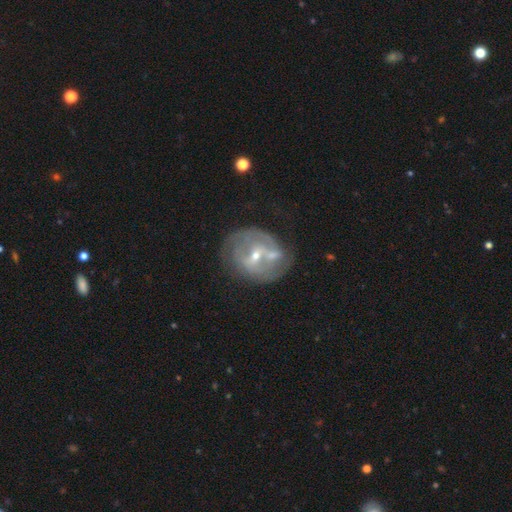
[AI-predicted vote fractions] Q: Smooth or featured?
A: featured or disk (79%); runner-up: smooth (14%)
Q: Edge-on disk?
A: no (96%); runner-up: yes (4%)
Q: Bar?
A: weak (44%); runner-up: no (30%)
Q: Spiral arms?
A: yes (75%); runner-up: no (25%)
Q: Spiral winding?
A: tight (46%); runner-up: medium (38%)
Q: Spiral arm count?
A: 2 (52%); runner-up: can't tell (30%)
Q: Bulge size?
A: small (58%); runner-up: moderate (39%)
Q: Merging?
A: none (46%); runner-up: merger (29%)